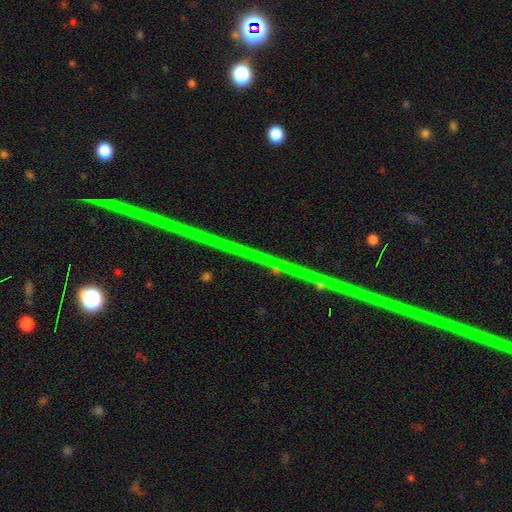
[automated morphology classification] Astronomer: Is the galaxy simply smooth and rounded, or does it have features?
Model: star or artifact — 77%.